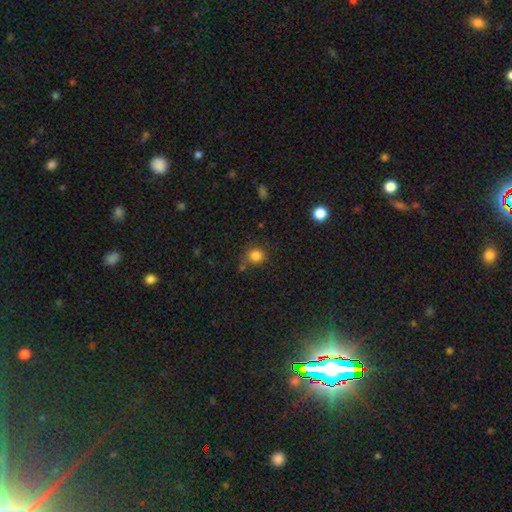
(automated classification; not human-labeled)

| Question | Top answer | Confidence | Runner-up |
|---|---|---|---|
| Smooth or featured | smooth | 82% | star or artifact (12%) |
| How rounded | round | 83% | in between (16%) |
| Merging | none | 68% | minor disturbance (18%) |